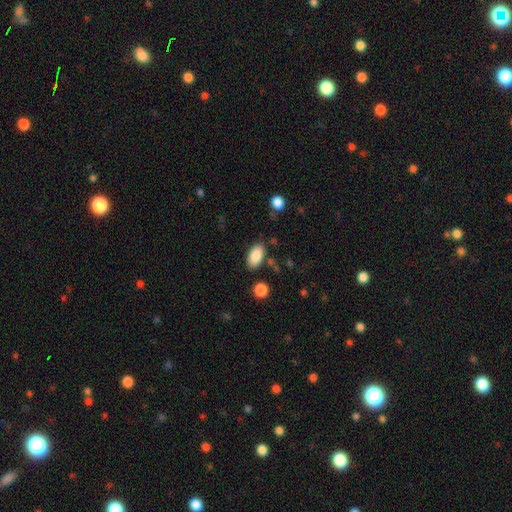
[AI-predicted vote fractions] The model was most divided on "merging": none: 81%, minor disturbance: 12%, merger: 4%, major disturbance: 3%. More confident: how rounded — in between (94%); smooth or featured — smooth (87%).